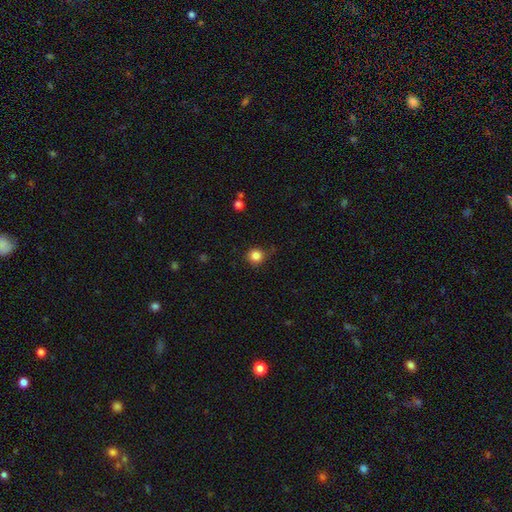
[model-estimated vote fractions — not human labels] Morphology: type=smooth (84%); roundness=round (93%); merging=none (80%).